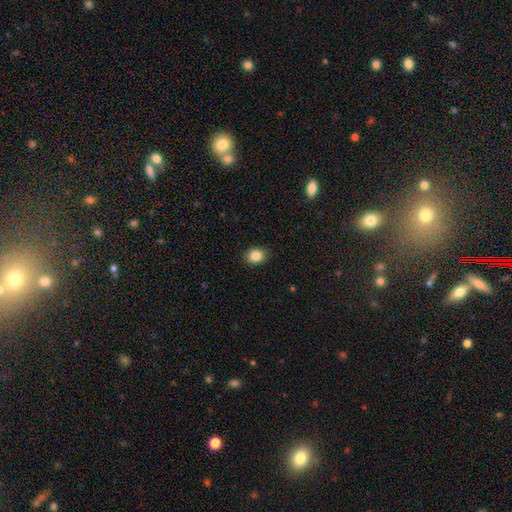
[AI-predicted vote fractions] Smooth or featured? Predicted: smooth (p=0.86). How rounded? Predicted: in between (p=0.57). Merging? Predicted: none (p=0.88).